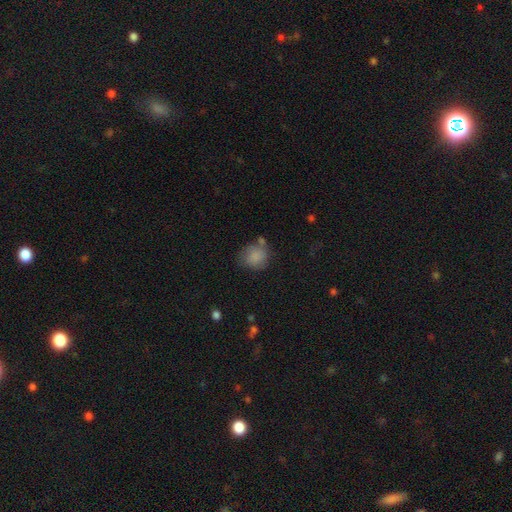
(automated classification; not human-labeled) A smooth galaxy with no disk features (82%) that is round (81%).

Vote fractions:
- Smooth or featured? smooth: 82% / featured or disk: 9% / star or artifact: 8%
- How rounded? round: 81% / in between: 18% / cigar-shaped: 1%
- Merging? none: 58% / minor disturbance: 22% / merger: 12% / major disturbance: 9%